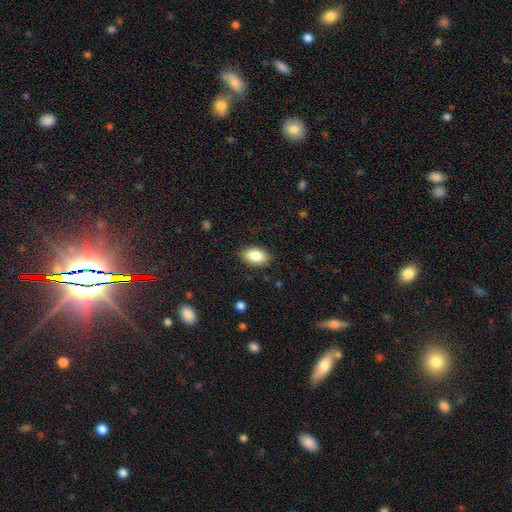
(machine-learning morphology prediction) smooth_or_featured: smooth (p=0.84) [alt: featured or disk p=0.09]
how_rounded: in between (p=0.90) [alt: round p=0.09]
merging: none (p=0.87) [alt: minor disturbance p=0.10]